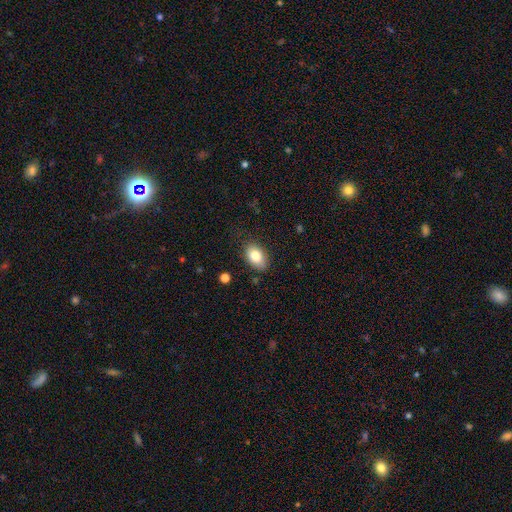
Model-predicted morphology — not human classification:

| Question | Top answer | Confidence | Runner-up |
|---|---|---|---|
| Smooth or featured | smooth | 82% | featured or disk (10%) |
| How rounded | in between | 90% | round (9%) |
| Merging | none | 81% | minor disturbance (14%) |